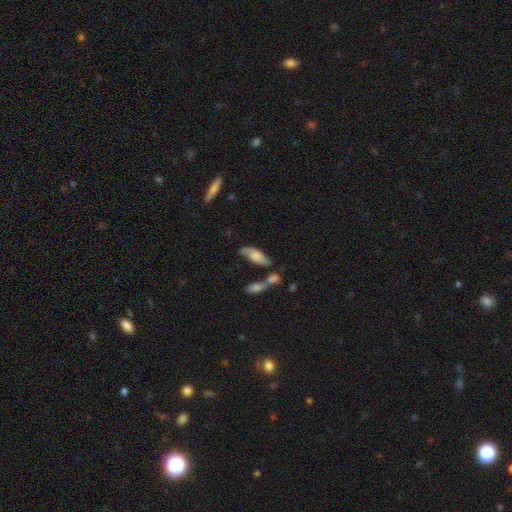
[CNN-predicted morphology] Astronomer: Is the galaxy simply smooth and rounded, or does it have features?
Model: smooth — 54% (runner-up: featured or disk, 38%).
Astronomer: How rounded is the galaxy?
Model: in between — 75%.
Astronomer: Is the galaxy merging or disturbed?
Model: none — 44% (runner-up: minor disturbance, 23%).